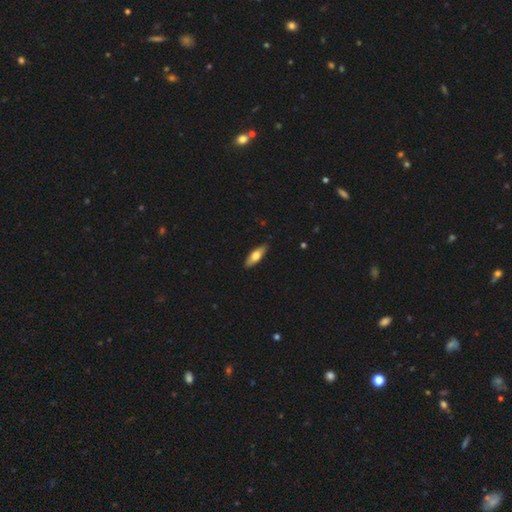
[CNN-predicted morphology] smooth_or_featured: smooth (p=0.64) [alt: featured or disk p=0.30]
how_rounded: in between (p=0.61) [alt: cigar-shaped p=0.37]
merging: none (p=0.88) [alt: minor disturbance p=0.10]